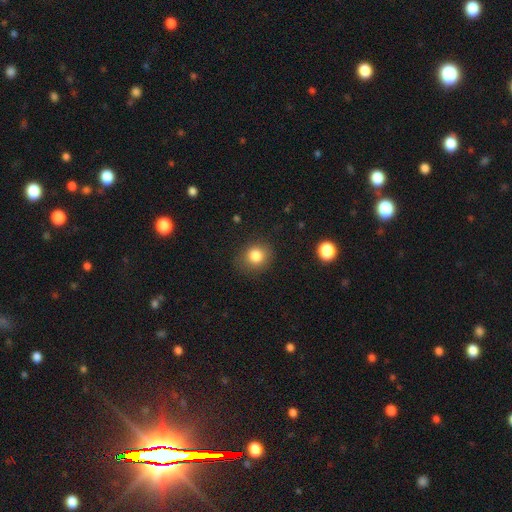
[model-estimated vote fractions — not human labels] smooth 83%, star or artifact 11%, featured or disk 6%. Down the decision tree: how rounded — round (79%); merging — none (84%).